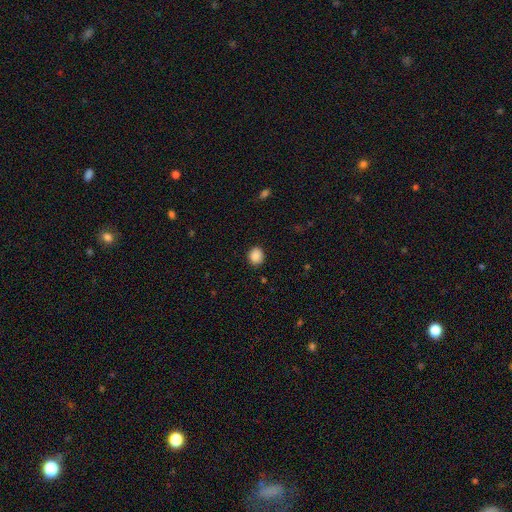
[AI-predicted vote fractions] This is clearly a smooth galaxy (88%). How rounded: likely round (77%). Merging: clearly none (90%).